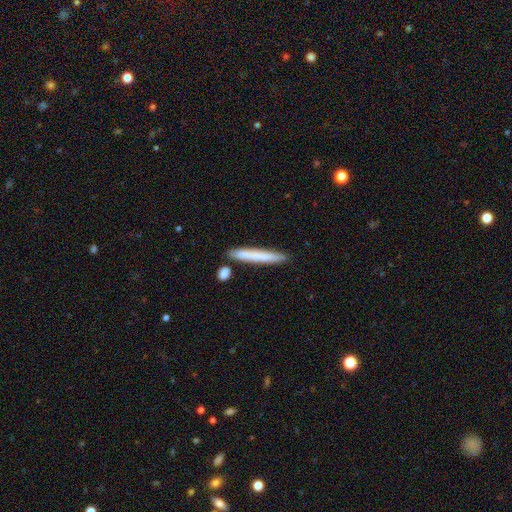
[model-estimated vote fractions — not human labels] Q: Smooth or featured?
A: smooth (68%); runner-up: featured or disk (25%)
Q: How rounded?
A: cigar-shaped (95%); runner-up: in between (4%)
Q: Merging?
A: none (82%); runner-up: minor disturbance (10%)